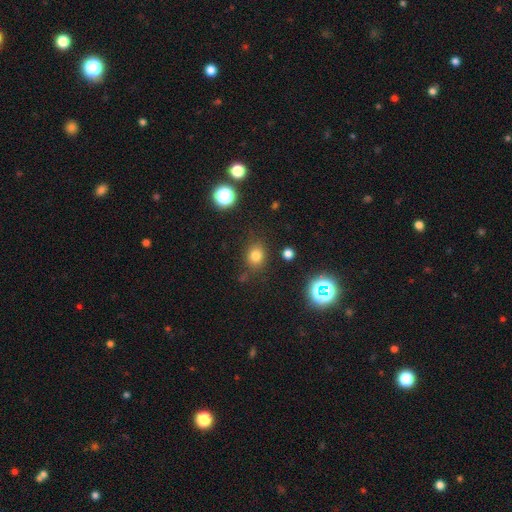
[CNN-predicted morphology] A smooth galaxy with no disk features (75%) that is round (61%). Merging: none (80%).